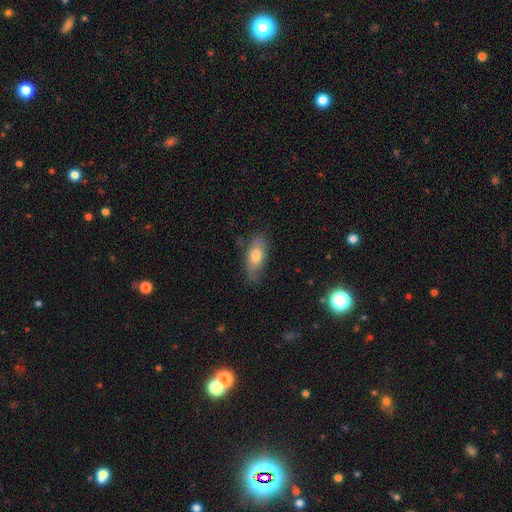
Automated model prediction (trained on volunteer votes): This is likely a smooth galaxy (60%). How rounded: likely in between (79%). Merging: likely none (65%).